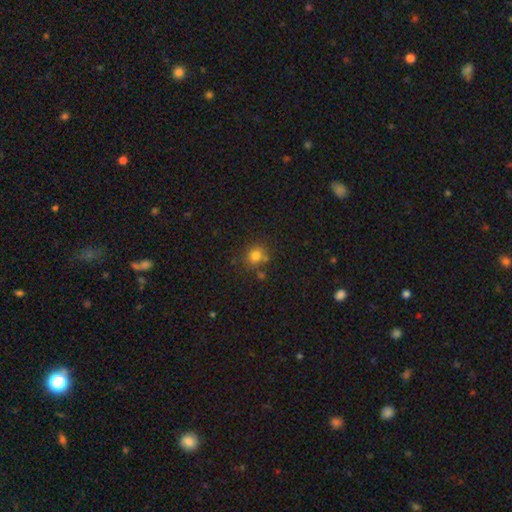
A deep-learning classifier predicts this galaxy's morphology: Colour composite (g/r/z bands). It shows a smooth galaxy with no disk features (79%) that is round (77%). Merging: none (72%).